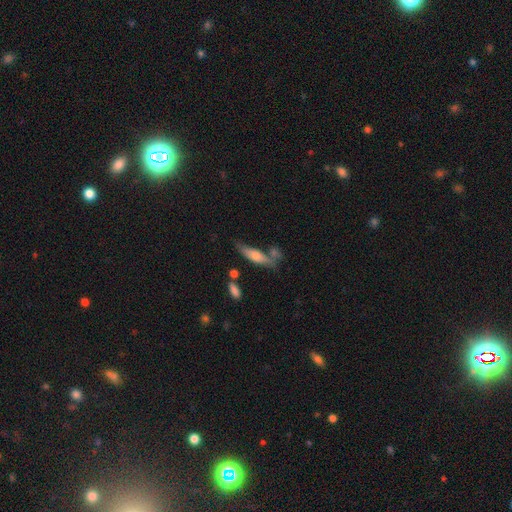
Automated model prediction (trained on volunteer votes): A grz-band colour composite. It shows a smooth galaxy with no disk features (62%) that is cigar-shaped (62%). Merging: none (54%).